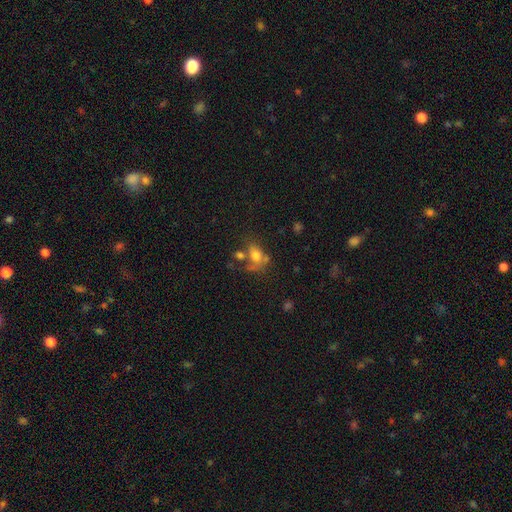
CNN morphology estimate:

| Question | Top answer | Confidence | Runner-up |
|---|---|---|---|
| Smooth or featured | smooth | 69% | featured or disk (18%) |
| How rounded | in between | 69% | round (29%) |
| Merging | none | 34% | merger (32%) |